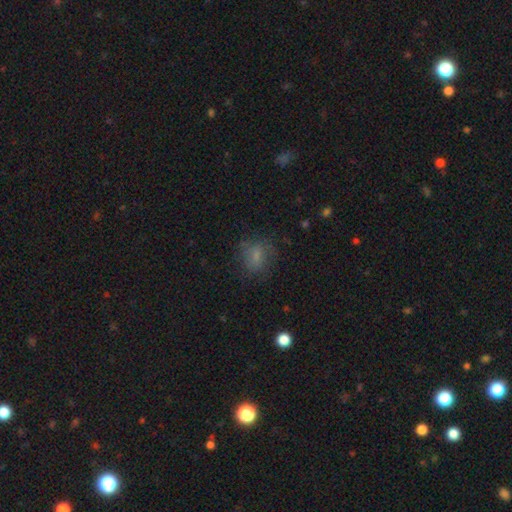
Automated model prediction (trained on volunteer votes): Smooth or featured? Predicted: smooth (p=0.69). How rounded? Predicted: round (p=0.50). Merging? Predicted: none (p=0.68).